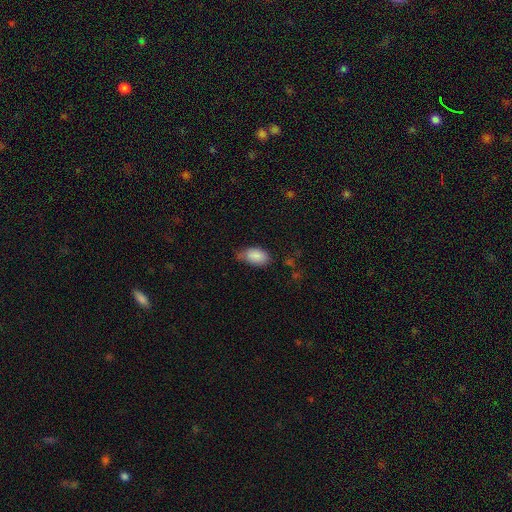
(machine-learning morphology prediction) smooth 87%, star or artifact 7%, featured or disk 6%. Down the decision tree: how rounded — in between (92%); merging — none (53%).